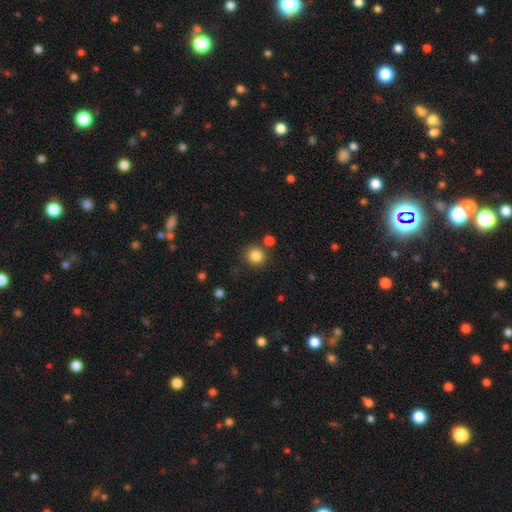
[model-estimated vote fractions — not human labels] Q: Smooth or featured?
A: smooth (85%); runner-up: star or artifact (11%)
Q: How rounded?
A: round (91%); runner-up: in between (9%)
Q: Merging?
A: none (78%); runner-up: merger (10%)